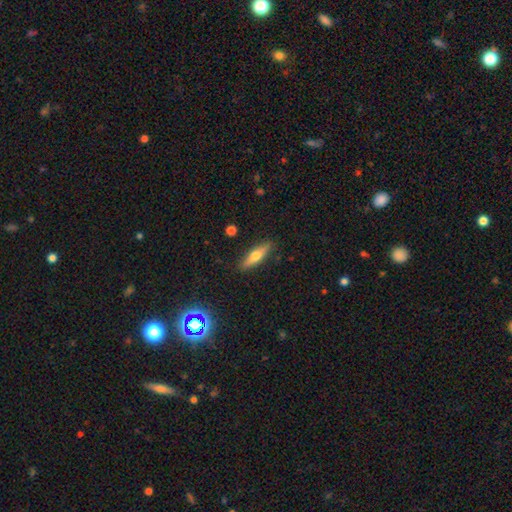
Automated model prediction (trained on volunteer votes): A smooth galaxy with no disk features (52%) that is cigar-shaped (69%). Merging: none (88%).